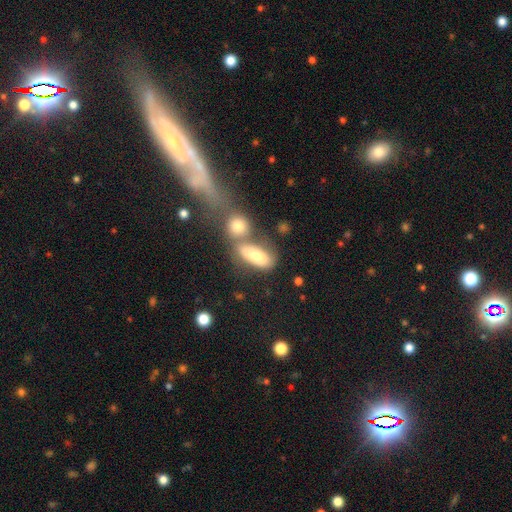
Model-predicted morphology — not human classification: Smooth or featured? smooth (69%)
How rounded? in between (79%)
Merging? merger (42%)